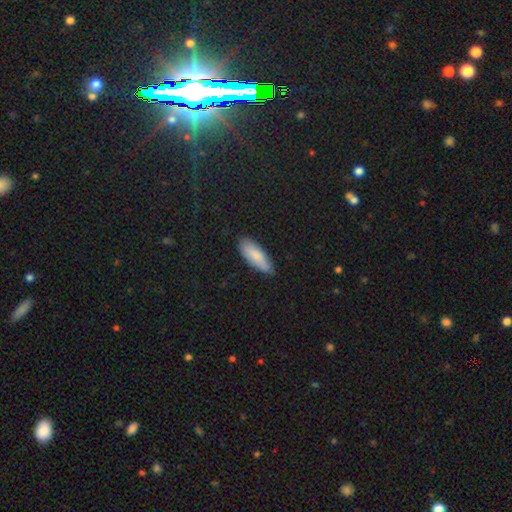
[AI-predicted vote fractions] Smooth or featured? Predicted: smooth (p=0.84). How rounded? Predicted: in between (p=0.66). Merging? Predicted: none (p=0.79).